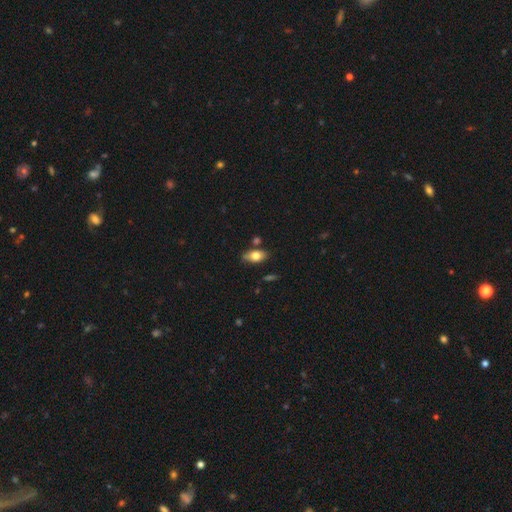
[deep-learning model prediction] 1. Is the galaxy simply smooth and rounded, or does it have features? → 74% smooth, 18% featured or disk, 7% star or artifact.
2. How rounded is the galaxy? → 89% in between, 6% cigar-shaped, 6% round.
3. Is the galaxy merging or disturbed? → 77% none, 14% minor disturbance, 6% merger, 3% major disturbance.